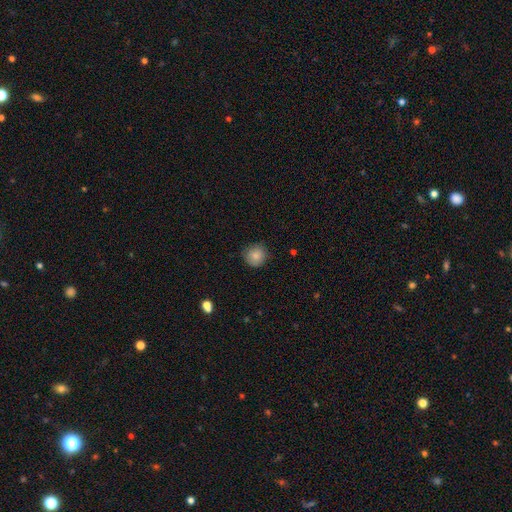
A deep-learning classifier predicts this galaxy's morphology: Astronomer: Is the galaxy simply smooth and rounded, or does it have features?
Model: smooth — 83%.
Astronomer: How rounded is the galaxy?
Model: round — 92%.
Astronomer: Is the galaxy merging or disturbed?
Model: none — 84%.